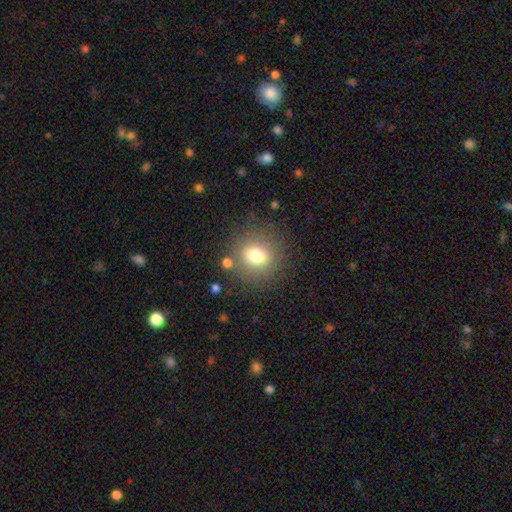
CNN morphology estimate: The model was most divided on "smooth or featured": smooth: 73%, star or artifact: 14%, featured or disk: 13%. More confident: how rounded — round (89%); merging — none (81%).